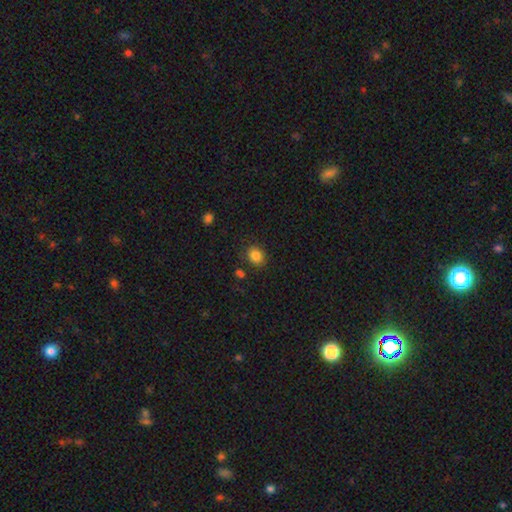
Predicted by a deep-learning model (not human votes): smooth-or-featured: smooth: 84% | star or artifact: 11% | featured or disk: 6%
  how-rounded: round: 60% | in between: 39% | cigar-shaped: 1%
  merging: none: 82% | minor disturbance: 11% | major disturbance: 4% | merger: 4%